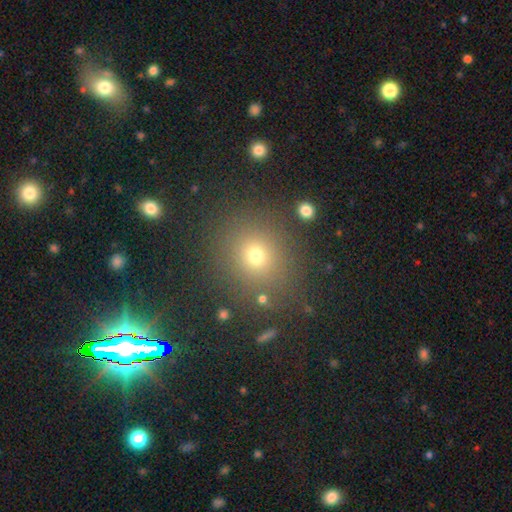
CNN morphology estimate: smooth-or-featured: smooth: 69% | star or artifact: 22% | featured or disk: 9%
  how-rounded: round: 84% | in between: 14% | cigar-shaped: 1%
  merging: none: 85% | minor disturbance: 8% | major disturbance: 4% | merger: 3%